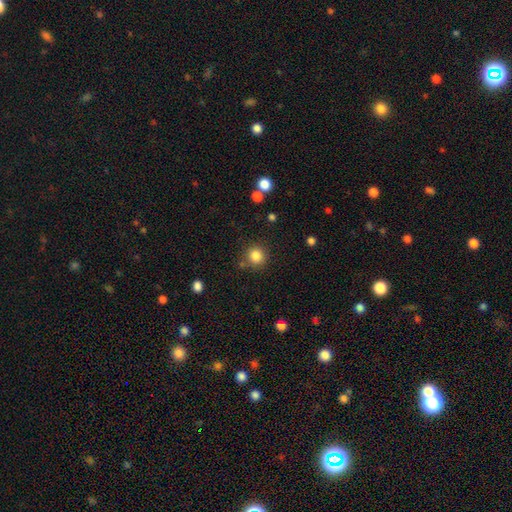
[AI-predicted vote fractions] Q: Smooth or featured?
A: smooth (84%); runner-up: star or artifact (11%)
Q: How rounded?
A: round (92%); runner-up: in between (7%)
Q: Merging?
A: none (80%); runner-up: minor disturbance (10%)